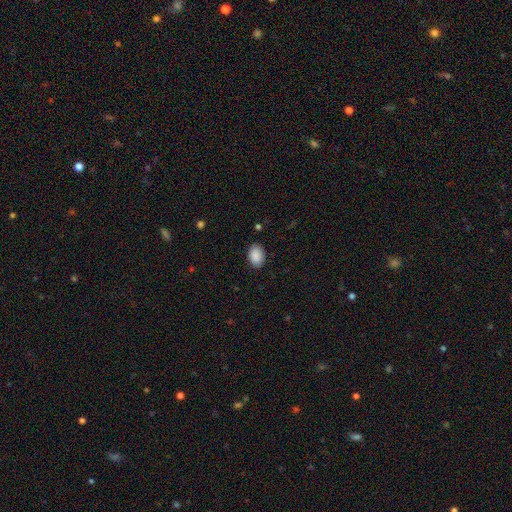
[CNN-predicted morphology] Smooth or featured? smooth (90%)
How rounded? in between (83%)
Merging? none (86%)